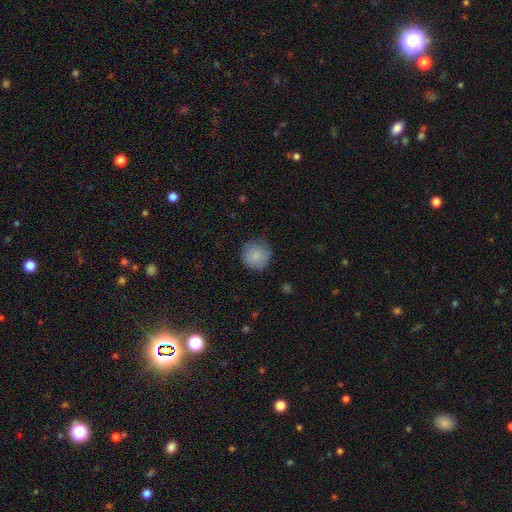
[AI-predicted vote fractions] Overall: smooth (85%). How rounded: round (93%). Merging: none (78%).